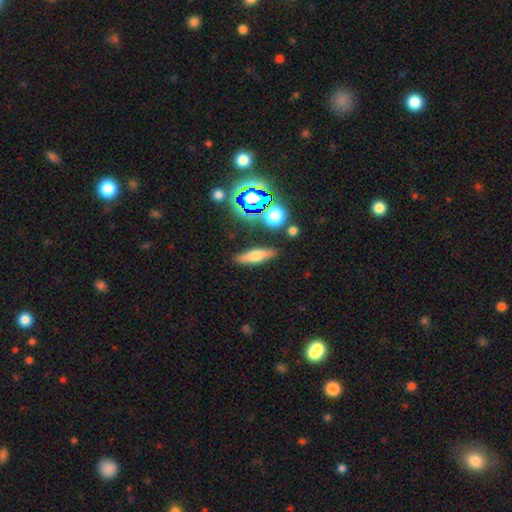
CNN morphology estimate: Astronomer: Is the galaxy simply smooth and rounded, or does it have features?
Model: smooth — 55% (runner-up: featured or disk, 32%).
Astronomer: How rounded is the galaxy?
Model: cigar-shaped — 60%.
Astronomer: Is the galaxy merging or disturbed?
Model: none — 86%.